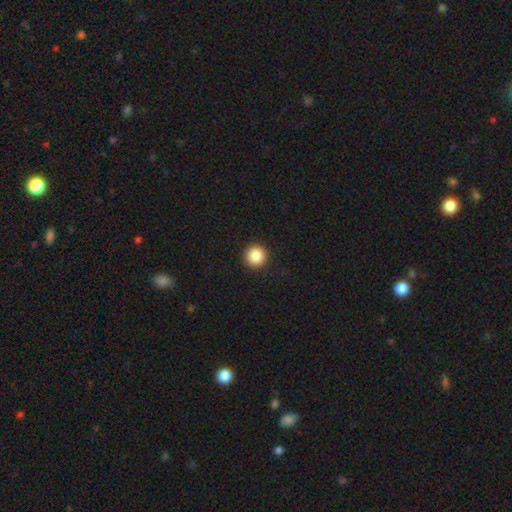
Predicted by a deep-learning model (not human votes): A smooth galaxy with no disk features (87%) that is round (96%). Merging: none (93%).